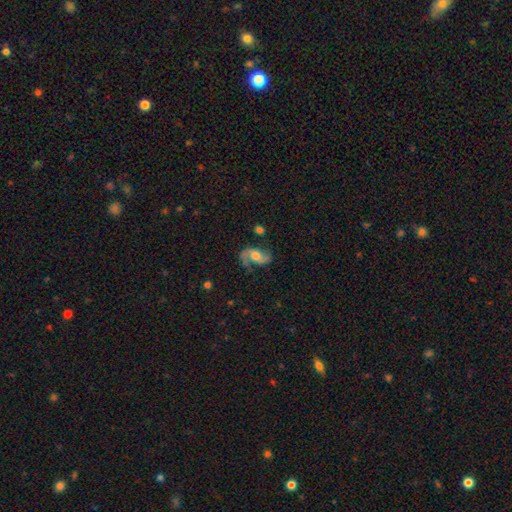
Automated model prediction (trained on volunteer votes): Smooth or featured?
  - featured or disk: 83% *
  - smooth: 11%
  - star or artifact: 6%
Edge-on disk?
  - no: 97% *
  - yes: 3%
Bar?
  - no: 55% *
  - weak: 36%
  - strong: 9%
Spiral arms?
  - yes: 95% *
  - no: 5%
Spiral winding?
  - loose: 51% *
  - medium: 40%
  - tight: 9%
Spiral arm count?
  - 2: 89% *
  - 1: 6%
  - can't tell: 2%
  - 3: 1%
  - 4: 1%
  - more than 4: 1%
Bulge size?
  - moderate: 56% *
  - large: 24%
  - small: 13%
  - none: 5%
  - dominant: 2%
Merging?
  - none: 65% *
  - minor disturbance: 19%
  - major disturbance: 13%
  - merger: 3%